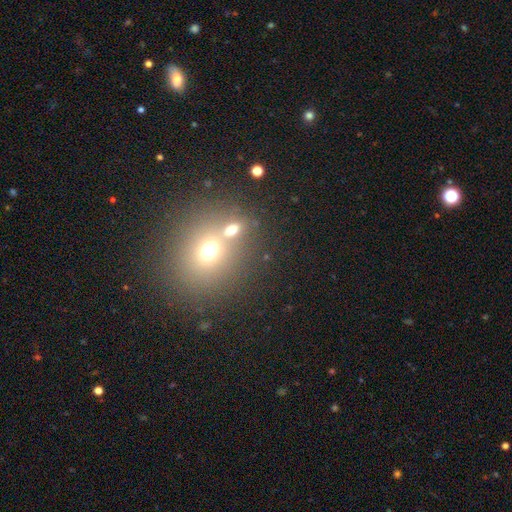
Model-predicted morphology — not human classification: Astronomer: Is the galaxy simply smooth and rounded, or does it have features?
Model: smooth — 55% (runner-up: star or artifact, 31%).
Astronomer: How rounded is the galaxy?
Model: round — 78%.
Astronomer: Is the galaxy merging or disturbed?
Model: none — 61%.